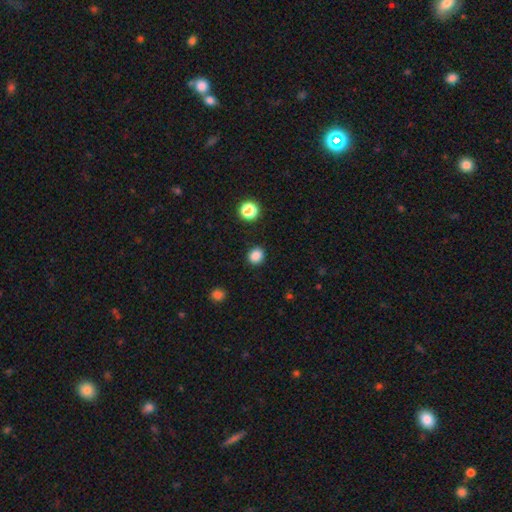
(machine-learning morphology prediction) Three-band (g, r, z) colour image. It shows a smooth galaxy with no disk features (85%) that is round (80%). Merging: none (89%).